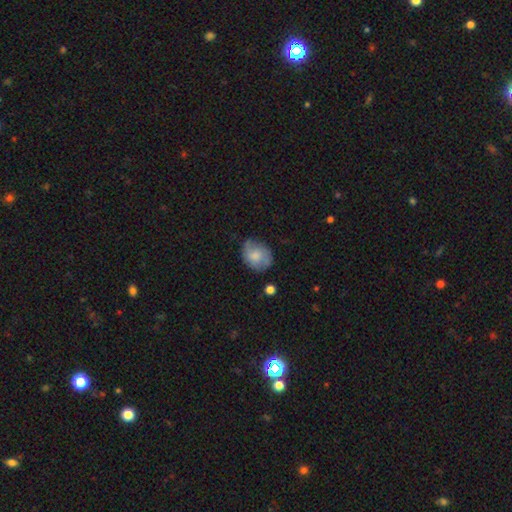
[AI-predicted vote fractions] smooth_or_featured: smooth (p=0.66) [alt: featured or disk p=0.26]
how_rounded: in between (p=0.53) [alt: round p=0.46]
merging: none (p=0.61) [alt: minor disturbance p=0.28]